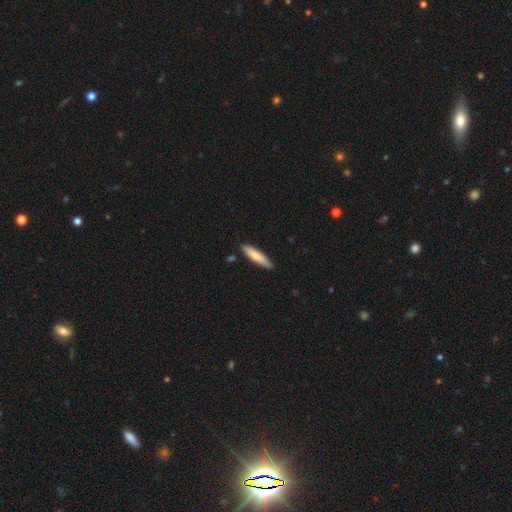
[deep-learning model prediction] The model was most divided on "how rounded": cigar-shaped: 80%, in between: 18%, round: 1%. More confident: merging — none (85%); smooth or featured — smooth (79%).